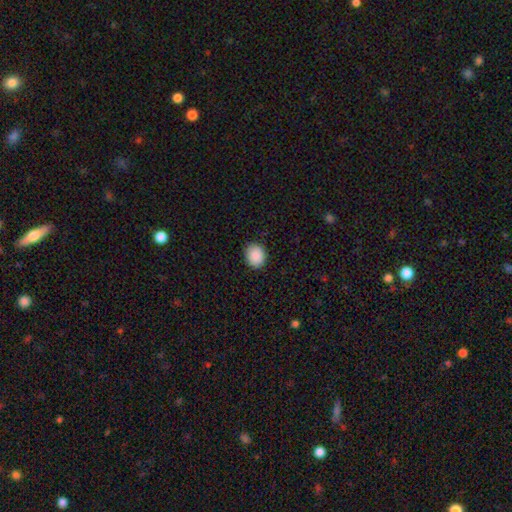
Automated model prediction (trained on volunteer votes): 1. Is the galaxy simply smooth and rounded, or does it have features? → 89% smooth, 8% star or artifact, 3% featured or disk.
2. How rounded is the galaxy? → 62% round, 37% in between, 1% cigar-shaped.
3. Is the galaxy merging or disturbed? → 88% none, 9% minor disturbance, 2% major disturbance, 1% merger.